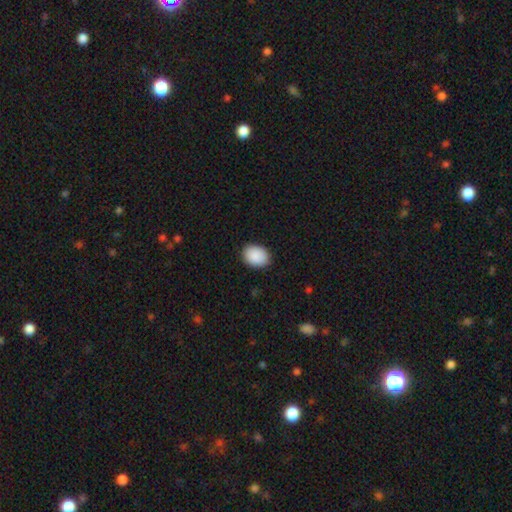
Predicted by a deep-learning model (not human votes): Morphology: type=smooth (90%); roundness=in between (66%); merging=none (87%).